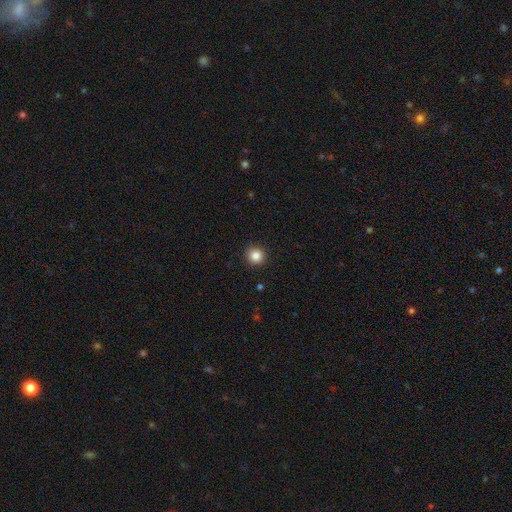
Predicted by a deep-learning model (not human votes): Smooth or featured: smooth — 85% (star or artifact — 11%)
How rounded: round — 94% (in between — 5%)
Merging: none — 92% (minor disturbance — 5%)